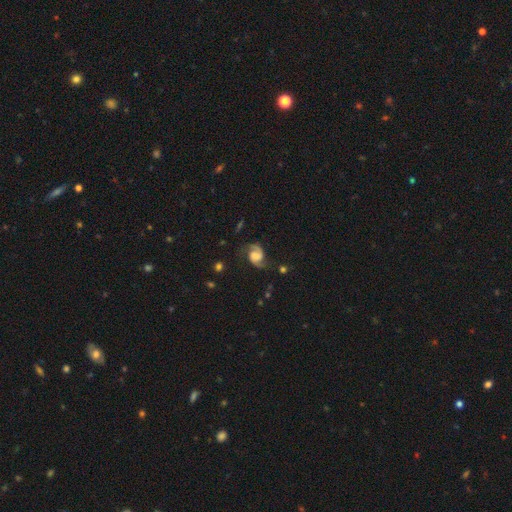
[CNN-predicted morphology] featured or disk 81%, smooth 12%, star or artifact 7%. Down the decision tree: edge-on disk — no (98%); bar — no (52%); spiral arms — yes (96%); spiral arm count — 2 (91%); spiral winding — medium (47%); bulge size — none (35%); merging — none (70%).